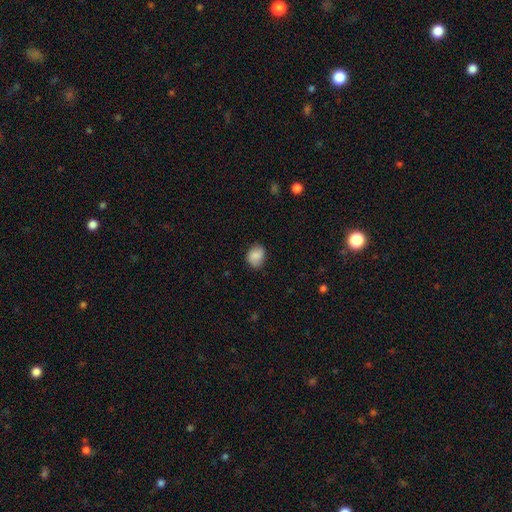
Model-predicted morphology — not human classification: type=smooth (85%); roundness=in between (54%); merging=none (76%).